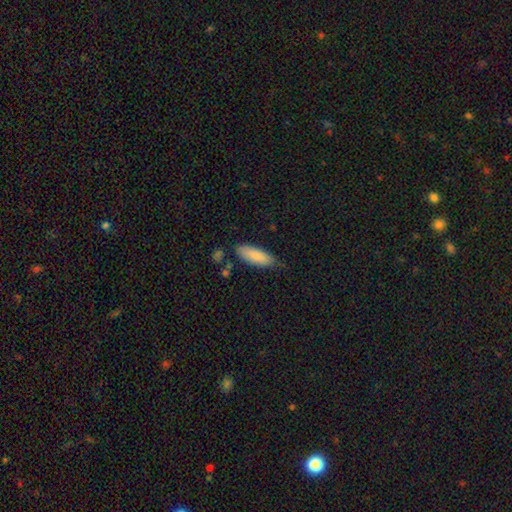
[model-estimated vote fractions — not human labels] Smooth or featured? Predicted: smooth (p=0.84). How rounded? Predicted: in between (p=0.66). Merging? Predicted: none (p=0.75).